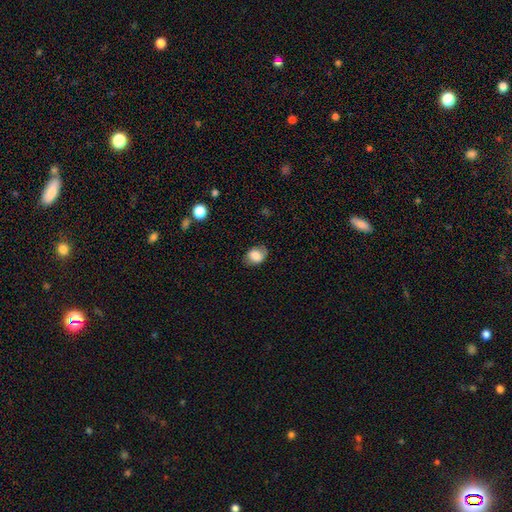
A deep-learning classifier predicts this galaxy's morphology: type=smooth (79%); roundness=in between (65%); merging=none (71%).